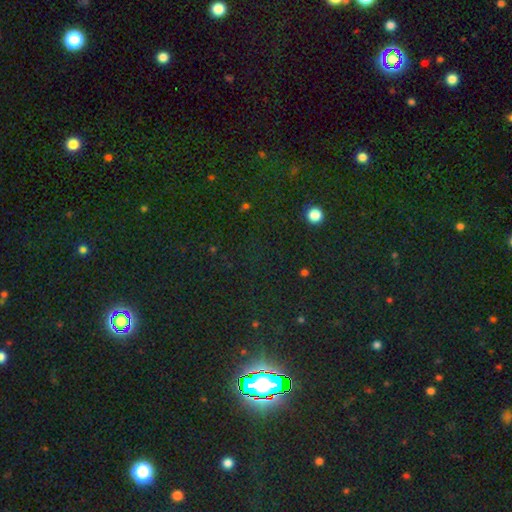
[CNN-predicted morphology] Smooth or featured? Predicted: star or artifact (p=0.78).